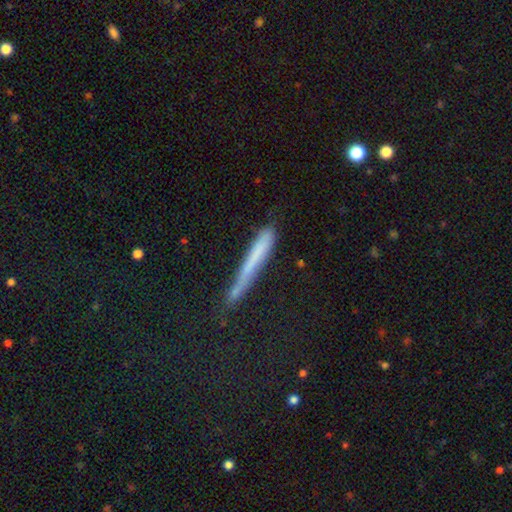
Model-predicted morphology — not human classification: Overall: smooth (62%; featured or disk 26%). How rounded: cigar-shaped (96%). Merging: none (62%; minor disturbance 24%).